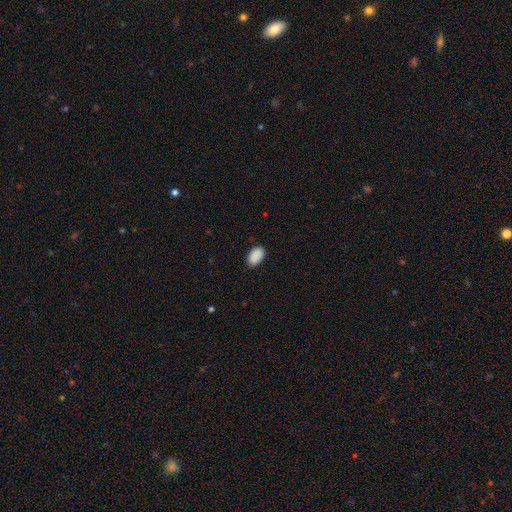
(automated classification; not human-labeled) Smooth or featured: smooth — 90% (star or artifact — 7%)
How rounded: in between — 92% (round — 7%)
Merging: none — 86% (minor disturbance — 11%)